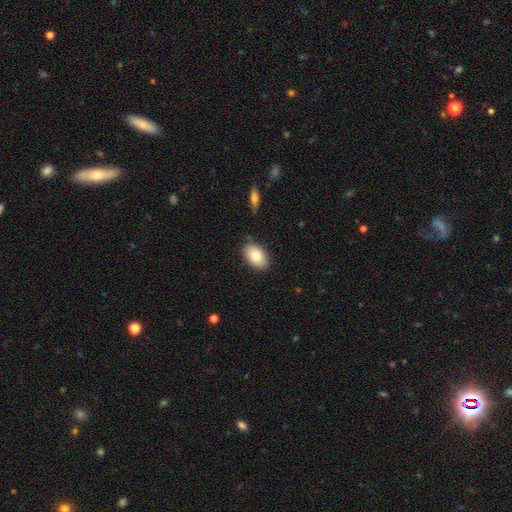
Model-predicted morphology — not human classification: A smooth galaxy with no disk features (80%) that is in between round and cigar-shaped (90%).

Vote fractions:
- Smooth or featured? smooth: 80% / featured or disk: 13% / star or artifact: 7%
- How rounded? in between: 90% / round: 8% / cigar-shaped: 1%
- Merging? none: 85% / minor disturbance: 11% / major disturbance: 2% / merger: 2%